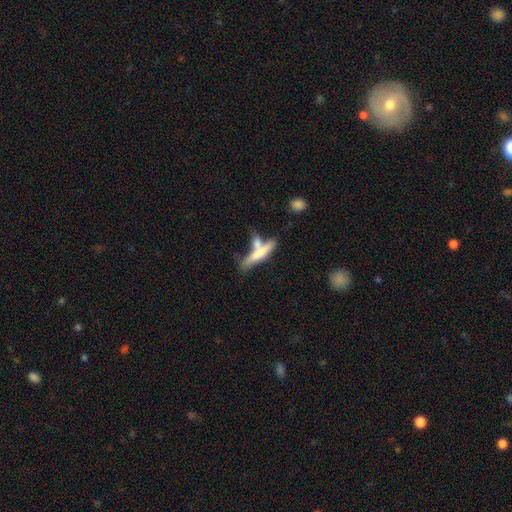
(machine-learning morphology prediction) Q: Smooth or featured?
A: smooth (60%); runner-up: featured or disk (33%)
Q: How rounded?
A: cigar-shaped (84%); runner-up: in between (14%)
Q: Merging?
A: none (42%); runner-up: merger (37%)